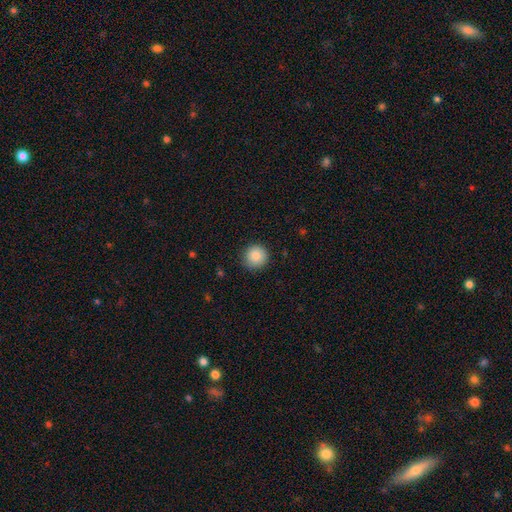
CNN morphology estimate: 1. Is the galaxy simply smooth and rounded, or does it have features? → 87% smooth, 8% star or artifact, 5% featured or disk.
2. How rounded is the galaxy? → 95% round, 4% in between, 1% cigar-shaped.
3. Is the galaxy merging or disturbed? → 87% none, 9% minor disturbance, 2% major disturbance, 1% merger.